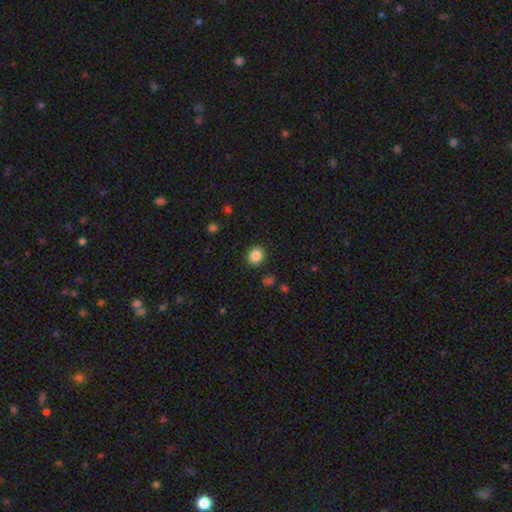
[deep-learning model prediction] A smooth galaxy with no disk features (86%) that is round (75%).

Vote fractions:
- Smooth or featured? smooth: 86% / star or artifact: 10% / featured or disk: 4%
- How rounded? round: 75% / in between: 24% / cigar-shaped: 1%
- Merging? none: 89% / minor disturbance: 7% / major disturbance: 2% / merger: 2%